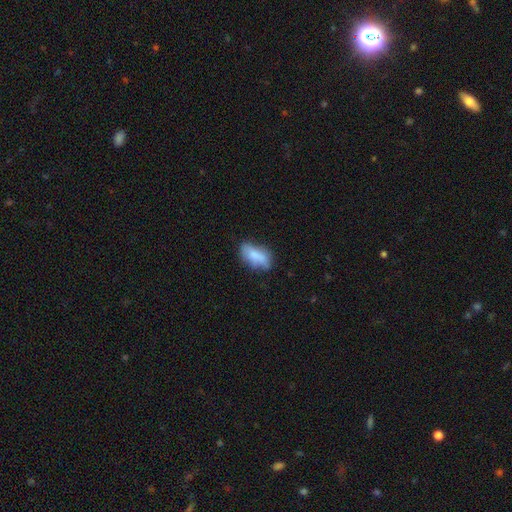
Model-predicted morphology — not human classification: The model was most divided on "merging": none: 54%, minor disturbance: 30%, major disturbance: 11%, merger: 4%. More confident: how rounded — in between (85%); smooth or featured — smooth (75%).